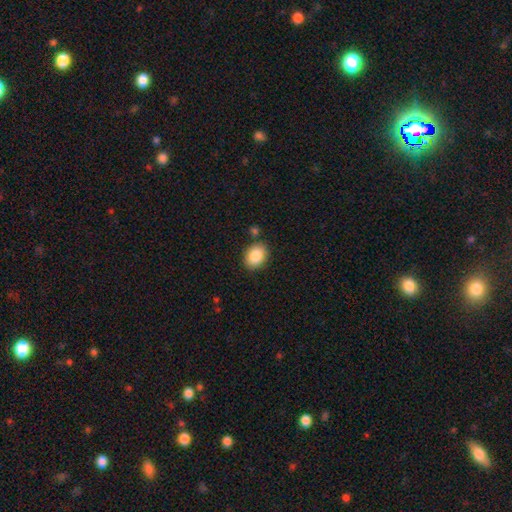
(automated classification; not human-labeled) This appears to be a smooth galaxy with no disk features (87%) that is in between round and cigar-shaped (69%). Merging: none (83%).